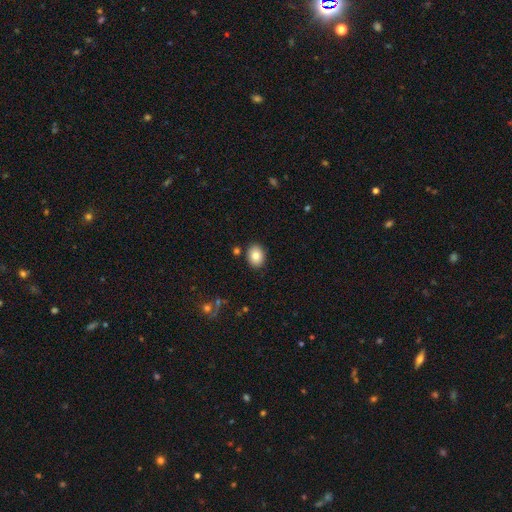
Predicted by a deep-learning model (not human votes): smooth-or-featured: smooth: 83% | star or artifact: 9% | featured or disk: 8%
  how-rounded: in between: 56% | round: 43% | cigar-shaped: 1%
  merging: none: 87% | minor disturbance: 8% | merger: 3% | major disturbance: 2%